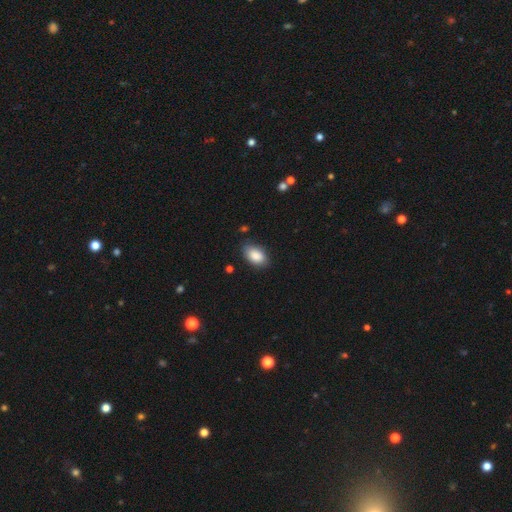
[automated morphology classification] Smooth or featured?
  - smooth: 88% *
  - star or artifact: 7%
  - featured or disk: 5%
How rounded?
  - in between: 92% *
  - round: 6%
  - cigar-shaped: 2%
Merging?
  - none: 80% *
  - minor disturbance: 15%
  - major disturbance: 3%
  - merger: 2%